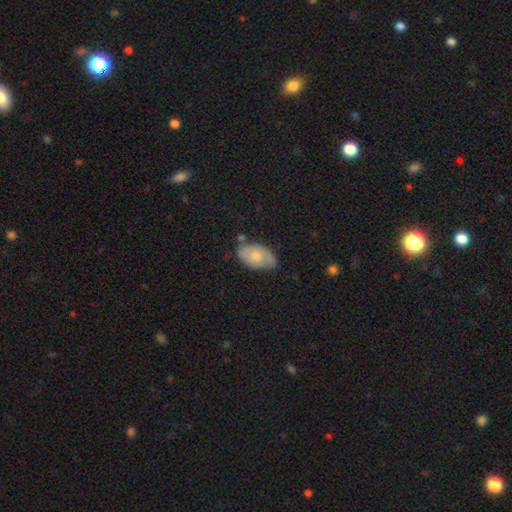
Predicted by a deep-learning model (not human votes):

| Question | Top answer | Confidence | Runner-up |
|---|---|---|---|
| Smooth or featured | smooth | 48% | featured or disk (45%) |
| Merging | none | 58% | minor disturbance (30%) |